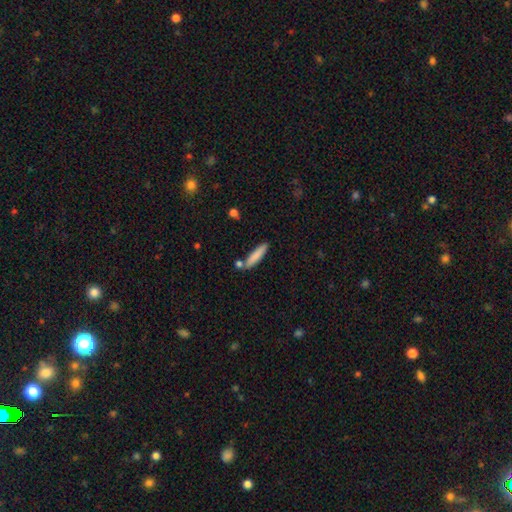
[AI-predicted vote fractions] smooth-or-featured: smooth: 82% | featured or disk: 12% | star or artifact: 6%
  how-rounded: cigar-shaped: 85% | in between: 13% | round: 2%
  merging: none: 77% | minor disturbance: 11% | merger: 9% | major disturbance: 2%